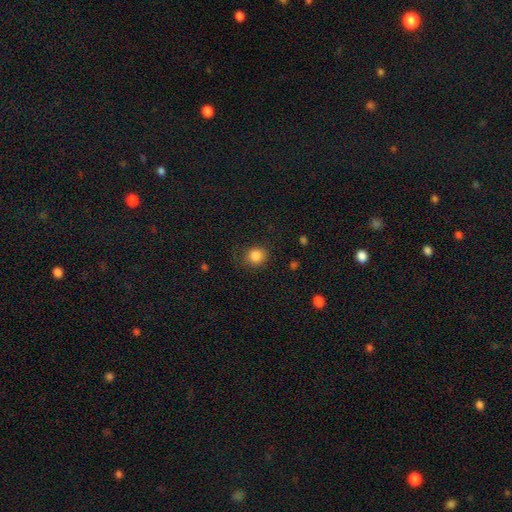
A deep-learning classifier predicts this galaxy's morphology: Q: Smooth or featured?
A: smooth (85%); runner-up: star or artifact (10%)
Q: How rounded?
A: round (85%); runner-up: in between (14%)
Q: Merging?
A: none (78%); runner-up: minor disturbance (15%)